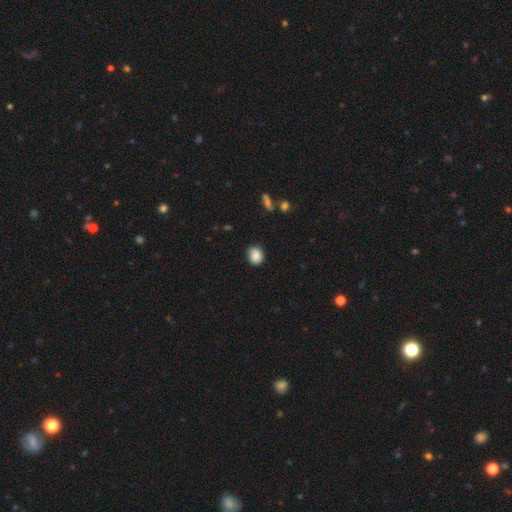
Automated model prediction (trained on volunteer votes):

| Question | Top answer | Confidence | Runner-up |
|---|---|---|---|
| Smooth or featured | smooth | 87% | star or artifact (9%) |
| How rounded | round | 68% | in between (31%) |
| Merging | none | 82% | minor disturbance (14%) |